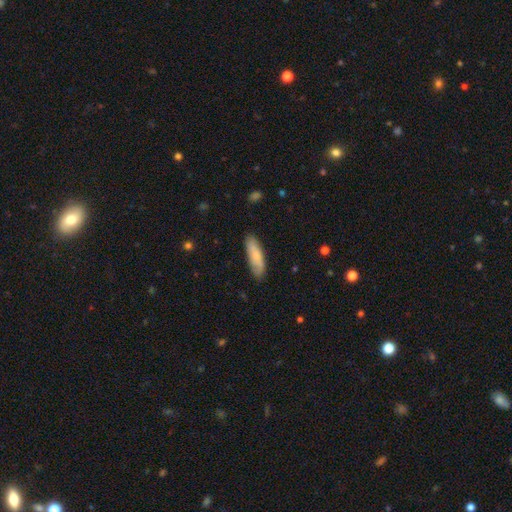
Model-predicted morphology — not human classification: Smooth or featured? Predicted: smooth (p=0.77). How rounded? Predicted: cigar-shaped (p=0.57). Merging? Predicted: none (p=0.85).